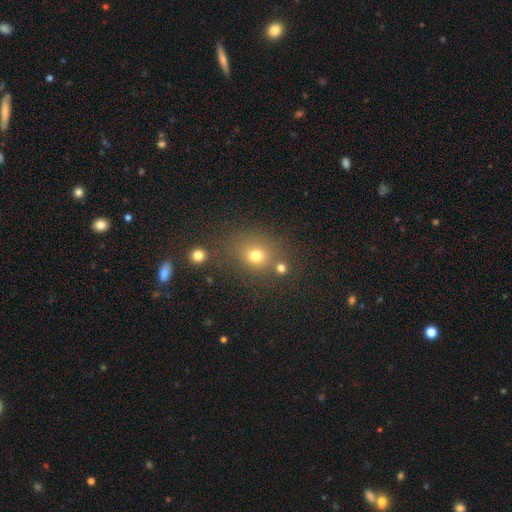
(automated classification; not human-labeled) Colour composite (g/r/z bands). It shows a smooth galaxy with no disk features (72%) that is round (74%). Merging: none (70%).